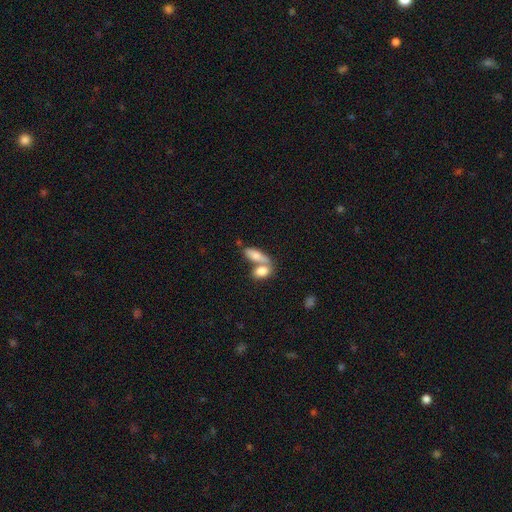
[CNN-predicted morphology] The model was most divided on "merging": merger: 55%, none: 33%, minor disturbance: 8%, major disturbance: 4%. More confident: how rounded — in between (77%); smooth or featured — smooth (73%).